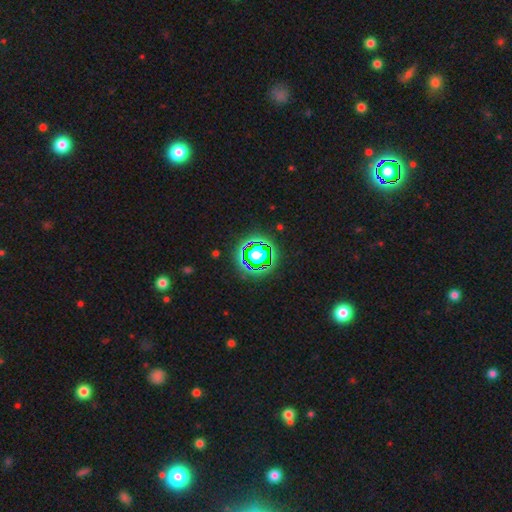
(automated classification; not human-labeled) This is possibly a star or artifact rather than a galaxy (59%).